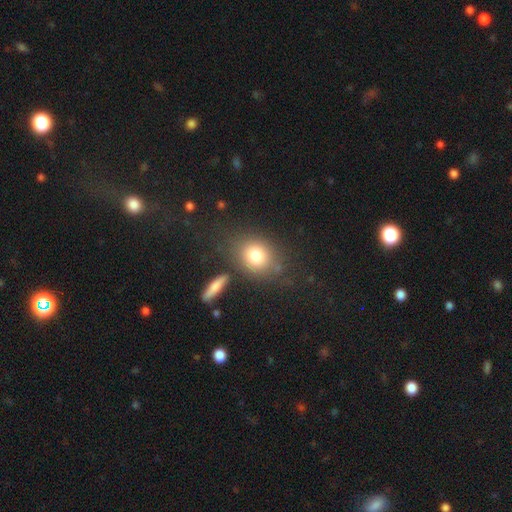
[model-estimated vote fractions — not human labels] Smooth or featured? smooth (78%)
How rounded? round (59%)
Merging? none (71%)